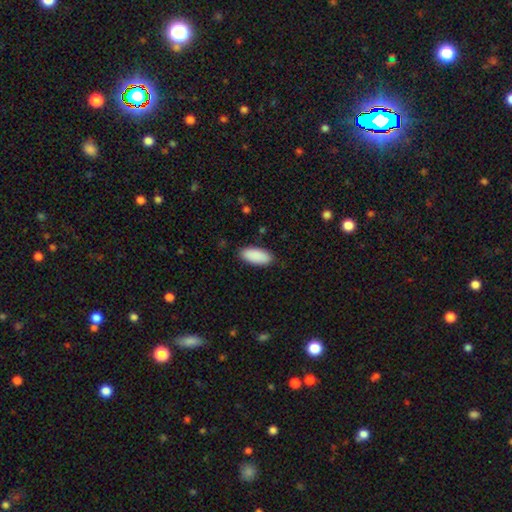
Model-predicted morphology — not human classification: Smooth or featured? smooth (91%)
How rounded? in between (88%)
Merging? none (88%)